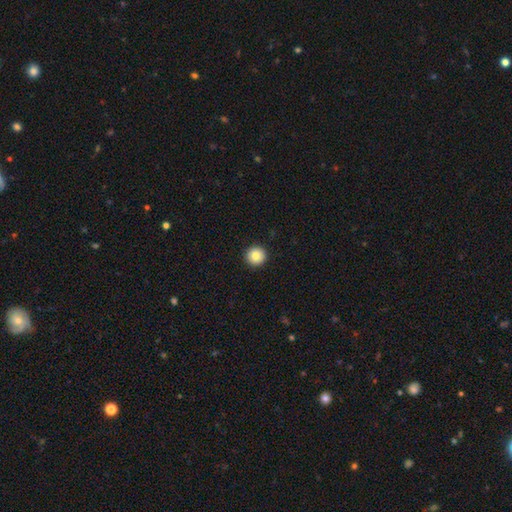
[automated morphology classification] Overall: smooth (83%). How rounded: round (95%). Merging: none (94%).